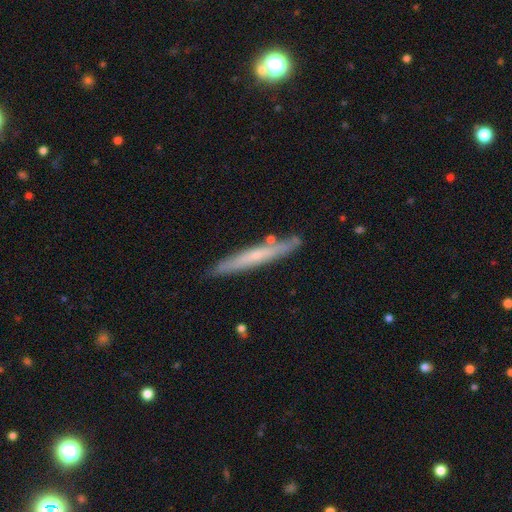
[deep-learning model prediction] Morphology: type=featured or disk (49%); merging=none (82%).